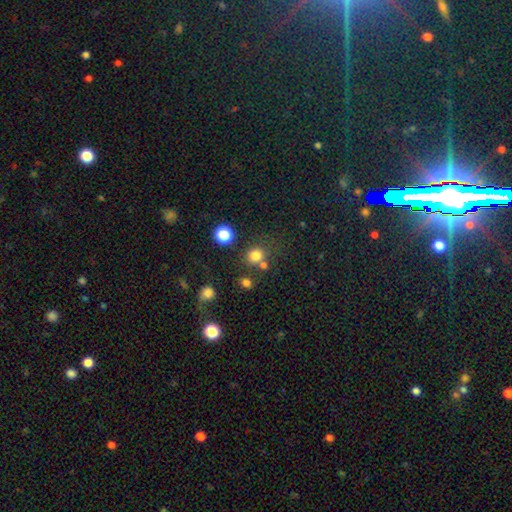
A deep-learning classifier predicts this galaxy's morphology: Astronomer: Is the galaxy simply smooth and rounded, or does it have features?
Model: smooth — 78%.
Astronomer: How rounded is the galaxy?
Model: round — 84%.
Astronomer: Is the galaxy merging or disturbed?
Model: none — 68%.